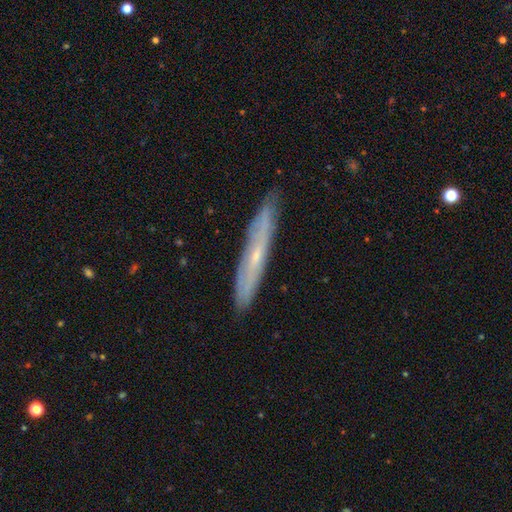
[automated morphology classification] type=featured or disk (62%); edge-on=yes (73%); merging=none (86%).